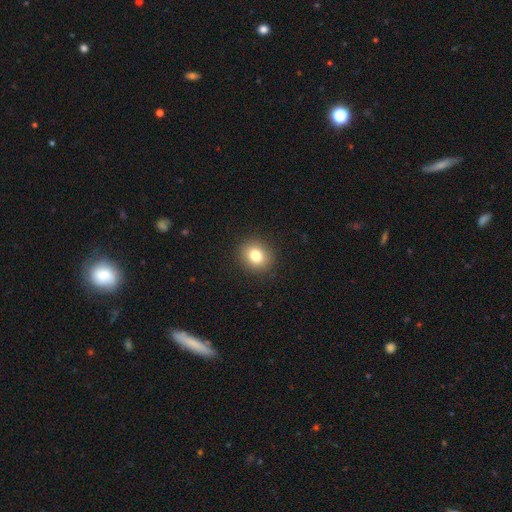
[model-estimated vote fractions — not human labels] This is likely a smooth galaxy (80%). How rounded: likely round (72%). Merging: clearly none (91%).